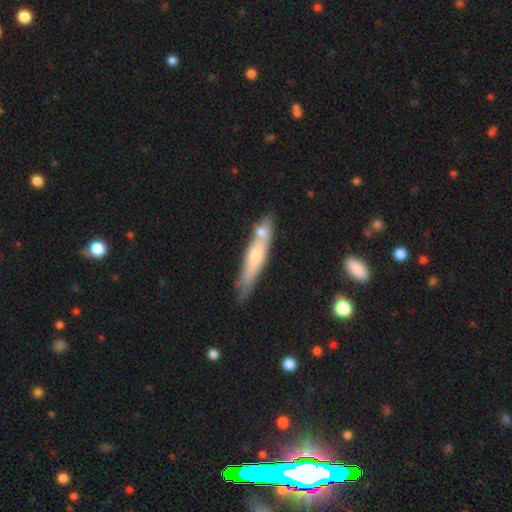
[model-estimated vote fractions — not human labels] Q: Smooth or featured?
A: smooth (57%); runner-up: featured or disk (37%)
Q: How rounded?
A: cigar-shaped (87%); runner-up: in between (12%)
Q: Merging?
A: none (60%); runner-up: merger (19%)